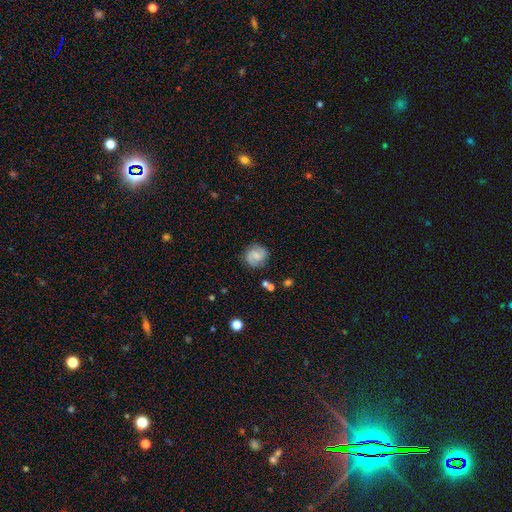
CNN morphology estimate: Smooth or featured?
  - featured or disk: 47% *
  - smooth: 45%
  - star or artifact: 8%
Merging?
  - none: 79% *
  - minor disturbance: 14%
  - major disturbance: 4%
  - merger: 2%